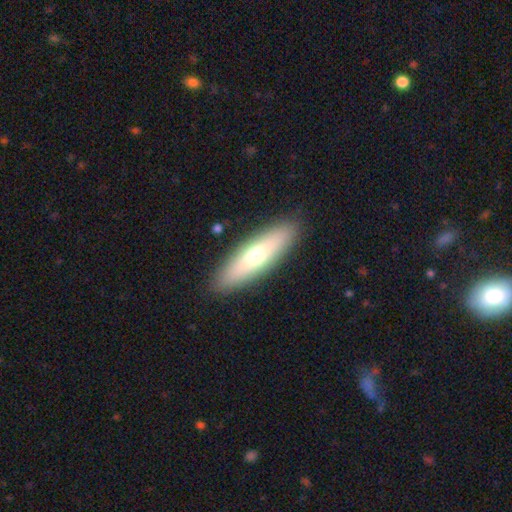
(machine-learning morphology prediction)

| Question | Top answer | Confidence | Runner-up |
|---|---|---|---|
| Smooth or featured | smooth | 60% | featured or disk (34%) |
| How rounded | cigar-shaped | 57% | in between (40%) |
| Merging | none | 89% | minor disturbance (7%) |